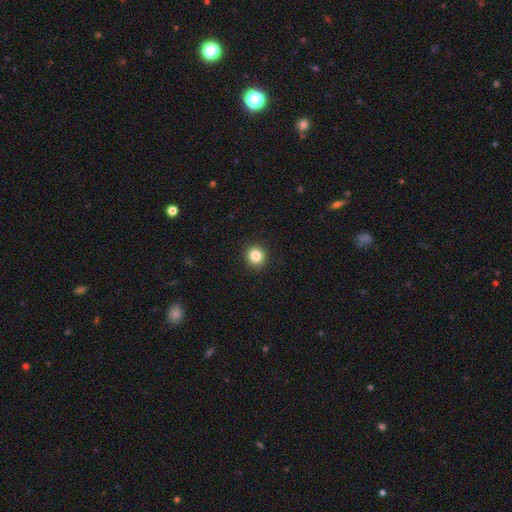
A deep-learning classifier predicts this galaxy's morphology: smooth_or_featured: smooth (p=0.84) [alt: star or artifact p=0.11]
how_rounded: round (p=0.93) [alt: in between p=0.06]
merging: none (p=0.92) [alt: minor disturbance p=0.05]